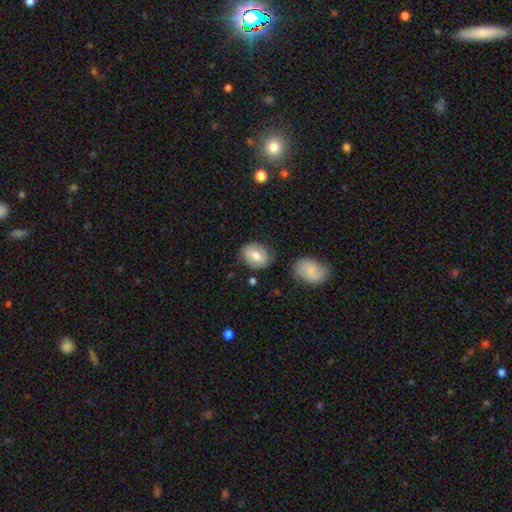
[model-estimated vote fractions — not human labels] smooth 70%, featured or disk 23%, star or artifact 7%. Down the decision tree: how rounded — in between (69%); merging — none (75%).